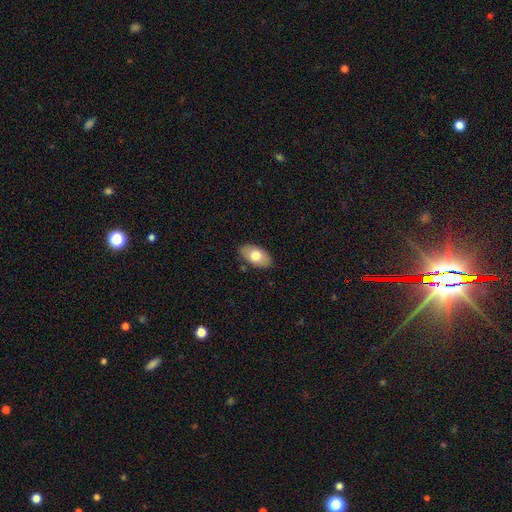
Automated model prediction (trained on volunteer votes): smooth_or_featured: smooth (p=0.73) [alt: featured or disk p=0.21]
how_rounded: in between (p=0.94) [alt: round p=0.04]
merging: none (p=0.86) [alt: minor disturbance p=0.11]